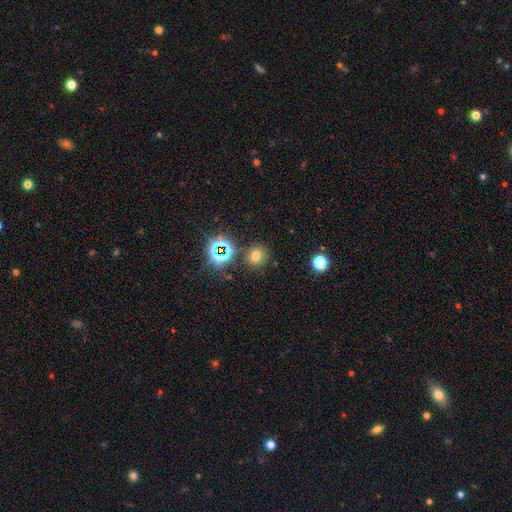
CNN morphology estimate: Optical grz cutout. It shows a smooth galaxy with no disk features (63%) that is round (78%). Merging: none (81%).